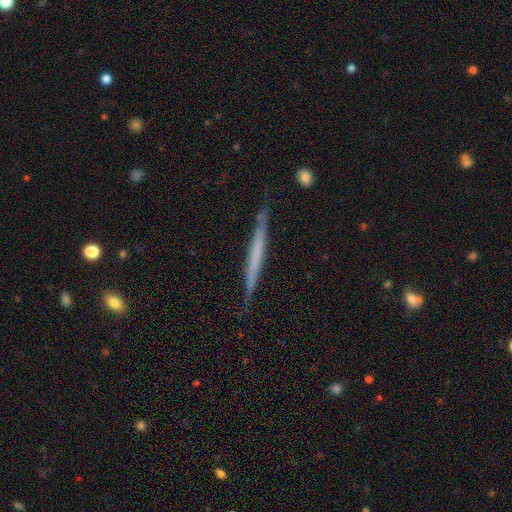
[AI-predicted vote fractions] Q: Smooth or featured?
A: featured or disk (54%); runner-up: smooth (40%)
Q: Edge-on disk?
A: yes (97%); runner-up: no (3%)
Q: Edge-on bulge?
A: none (86%); runner-up: rounded (8%)
Q: Merging?
A: none (87%); runner-up: minor disturbance (10%)